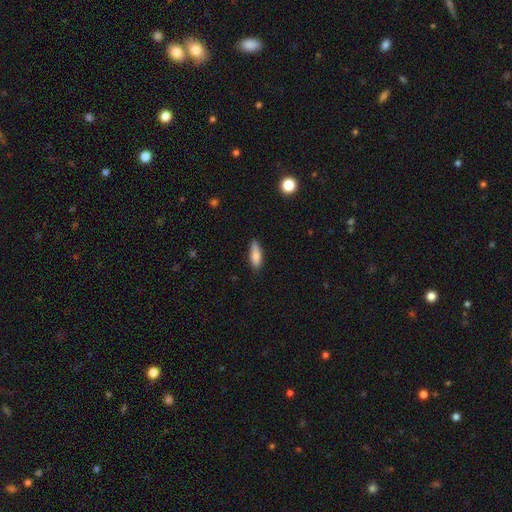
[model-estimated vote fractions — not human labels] smooth 84%, featured or disk 9%, star or artifact 6%. Down the decision tree: how rounded — in between (60%); merging — none (82%).